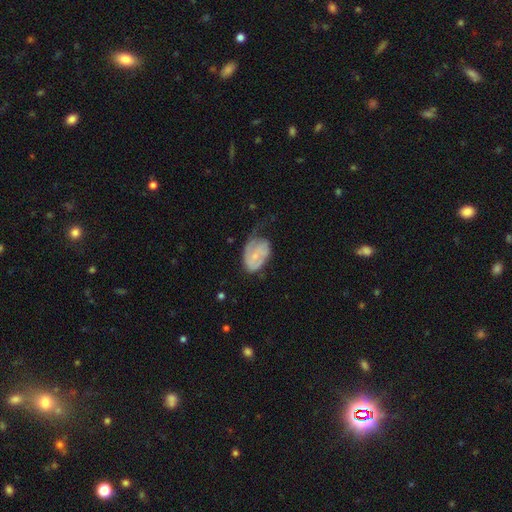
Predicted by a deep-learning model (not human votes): A featured or disk galaxy (56%) with no bar (65%), spiral arms (76%) and a small central bulge (64%). Merging: minor disturbance (35%).